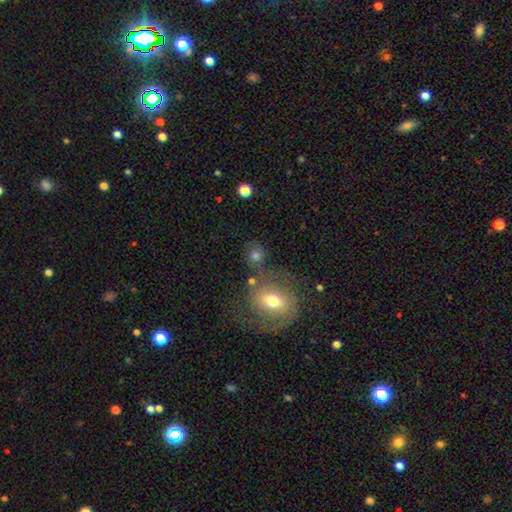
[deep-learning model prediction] A smooth galaxy with no disk features (56%) that is round (73%). Merging: none (59%).